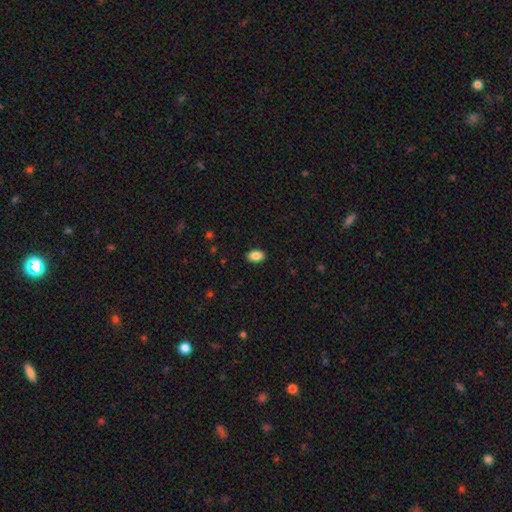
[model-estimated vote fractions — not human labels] A smooth galaxy with no disk features (88%) that is in between round and cigar-shaped (89%).

Vote fractions:
- Smooth or featured? smooth: 88% / star or artifact: 8% / featured or disk: 4%
- How rounded? in between: 89% / round: 10% / cigar-shaped: 1%
- Merging? none: 90% / minor disturbance: 8% / major disturbance: 2% / merger: 1%